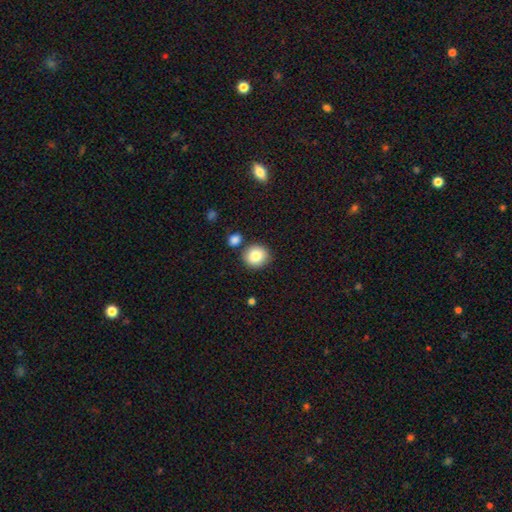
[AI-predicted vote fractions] Smooth or featured: smooth — 84% (star or artifact — 9%)
How rounded: round — 87% (in between — 12%)
Merging: none — 80% (merger — 9%)